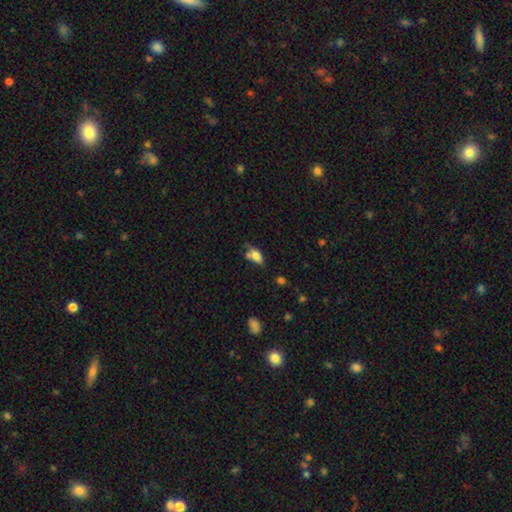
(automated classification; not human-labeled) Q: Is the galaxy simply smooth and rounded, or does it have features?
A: smooth — 69%.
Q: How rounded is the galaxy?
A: in between — 85%.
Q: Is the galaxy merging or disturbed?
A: none — 44%.